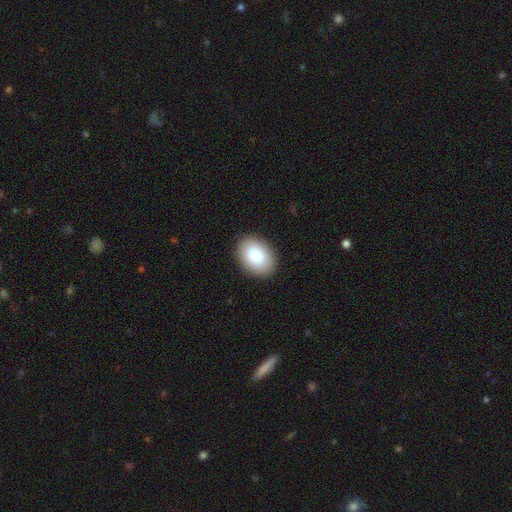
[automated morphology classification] Smooth or featured? Predicted: smooth (p=0.87). How rounded? Predicted: in between (p=0.82). Merging? Predicted: none (p=0.89).